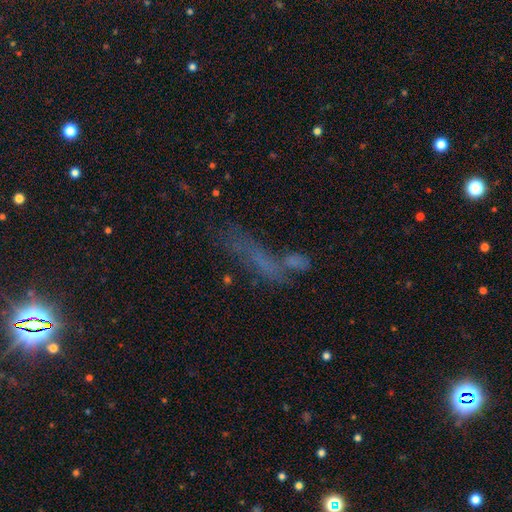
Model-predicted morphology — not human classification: smooth-or-featured: smooth: 44% | featured or disk: 29% | star or artifact: 27%
  merging: none: 37% | major disturbance: 24% | merger: 22% | minor disturbance: 16%